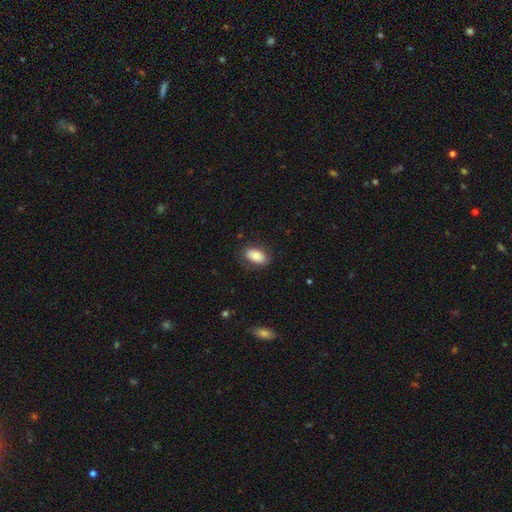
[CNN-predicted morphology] Smooth or featured?
  - smooth: 74% *
  - featured or disk: 19%
  - star or artifact: 7%
How rounded?
  - in between: 91% *
  - round: 7%
  - cigar-shaped: 2%
Merging?
  - none: 76% *
  - minor disturbance: 16%
  - major disturbance: 6%
  - merger: 1%